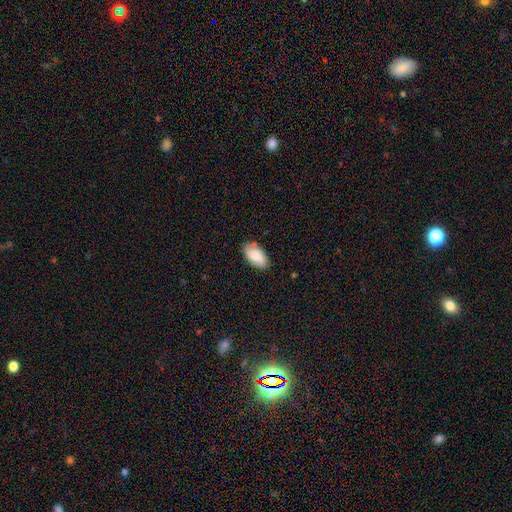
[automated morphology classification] This is clearly a smooth galaxy (81%). How rounded: clearly in between (94%). Merging: clearly none (83%).